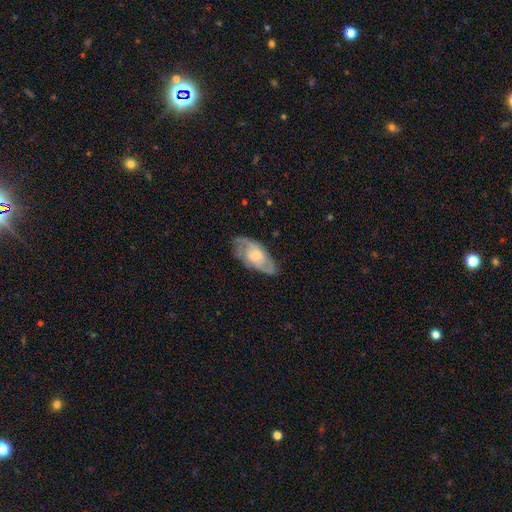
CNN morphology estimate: Overall: featured or disk (75%). Edge-on disk: no (93%). Bar: no (53%; weak 40%). Spiral arms: yes (91%). Spiral arm count: 2 (60%; can't tell 22%). Spiral winding: medium (47%; tight 37%). Bulge size: moderate (45%; small 42%). Merging: none (73%).